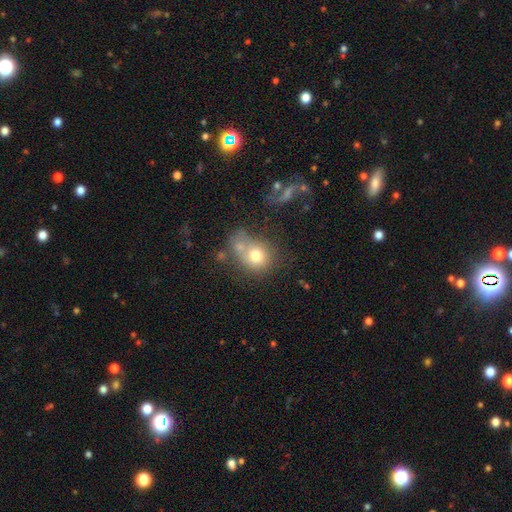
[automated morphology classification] Smooth or featured? smooth (71%)
How rounded? round (69%)
Merging? merger (42%)